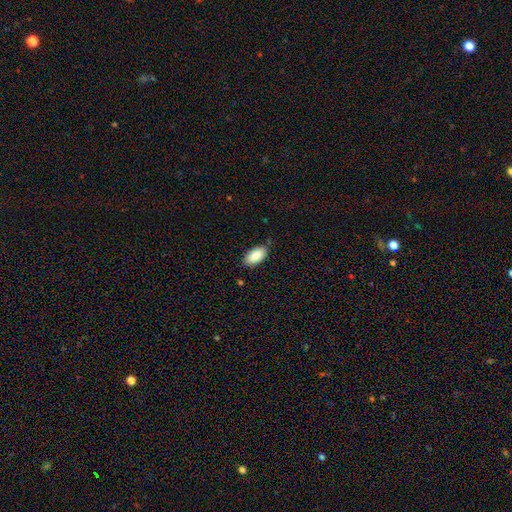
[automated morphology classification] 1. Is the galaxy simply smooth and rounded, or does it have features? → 89% smooth, 6% star or artifact, 4% featured or disk.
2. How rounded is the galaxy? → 94% in between, 4% cigar-shaped, 2% round.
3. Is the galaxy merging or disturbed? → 81% none, 15% minor disturbance, 3% major disturbance, 1% merger.